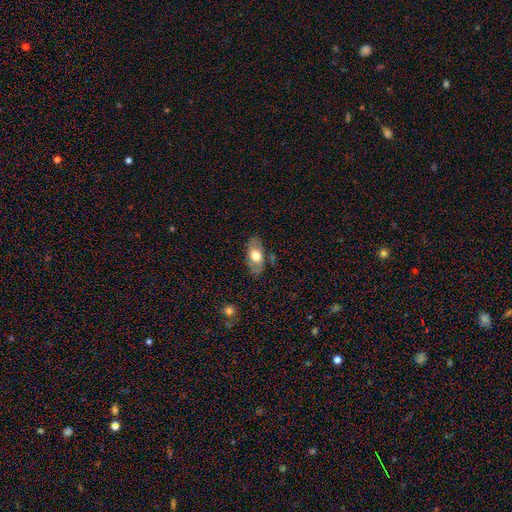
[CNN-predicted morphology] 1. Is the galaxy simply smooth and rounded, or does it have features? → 60% smooth, 33% featured or disk, 6% star or artifact.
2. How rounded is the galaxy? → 91% in between, 5% round, 4% cigar-shaped.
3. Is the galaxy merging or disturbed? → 80% none, 15% minor disturbance, 4% major disturbance, 1% merger.